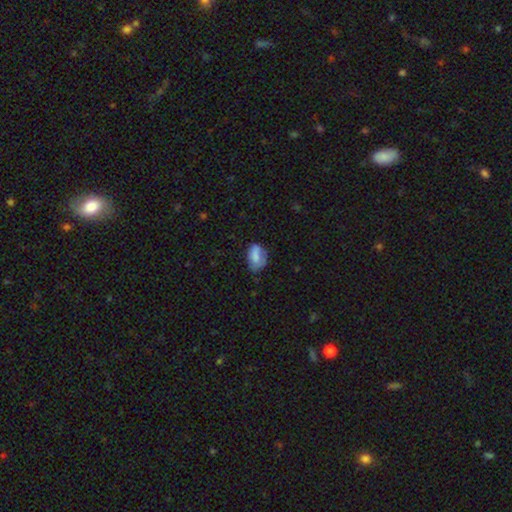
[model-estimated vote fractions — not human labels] Overall: smooth (73%). How rounded: in between (84%). Merging: none (47%; minor disturbance 35%).